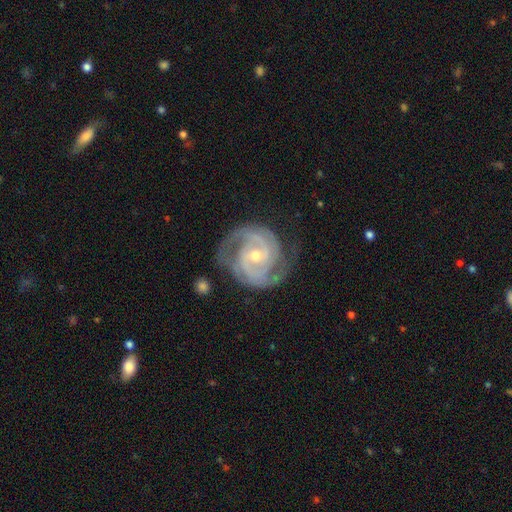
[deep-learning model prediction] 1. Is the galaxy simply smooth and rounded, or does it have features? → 92% featured or disk, 4% star or artifact, 4% smooth.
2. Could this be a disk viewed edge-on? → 98% no, 2% yes.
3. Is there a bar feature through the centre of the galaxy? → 51% no, 36% weak, 14% strong.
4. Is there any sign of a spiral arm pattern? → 98% yes, 2% no.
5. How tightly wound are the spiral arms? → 63% tight, 33% medium, 5% loose.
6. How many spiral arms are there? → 68% 2, 16% 3, 7% can't tell, 3% 4, 3% 1, 3% more than 4.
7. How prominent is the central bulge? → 51% small, 46% moderate, 1% large, 1% none, 1% dominant.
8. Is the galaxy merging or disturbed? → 75% none, 17% minor disturbance, 7% major disturbance, 1% merger.